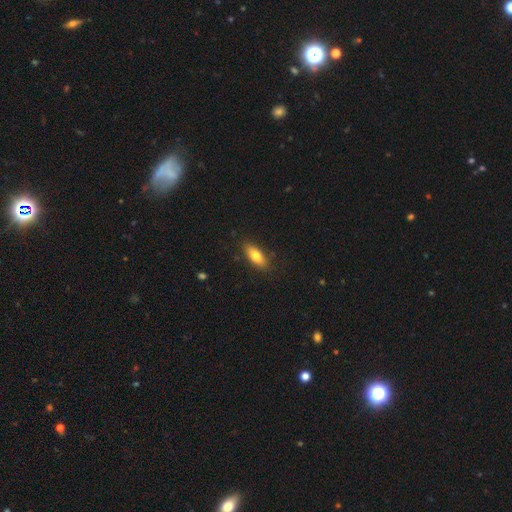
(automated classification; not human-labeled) This appears to be a smooth galaxy with no disk features (77%) that is in between round and cigar-shaped (74%). Merging: none (85%).